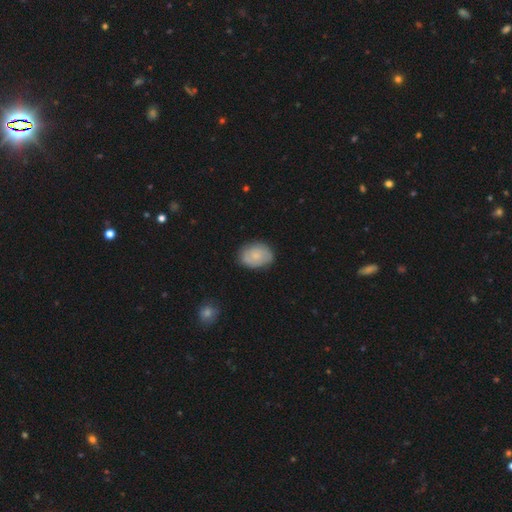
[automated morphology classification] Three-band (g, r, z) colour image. It shows a smooth galaxy with no disk features (57%) that is in between round and cigar-shaped (74%). Merging: none (80%).